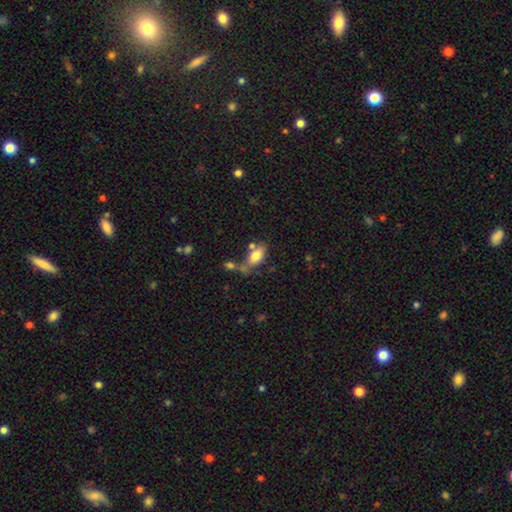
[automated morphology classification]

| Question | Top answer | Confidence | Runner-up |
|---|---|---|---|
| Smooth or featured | smooth | 76% | featured or disk (16%) |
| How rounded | in between | 88% | cigar-shaped (7%) |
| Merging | none | 49% | merger (26%) |